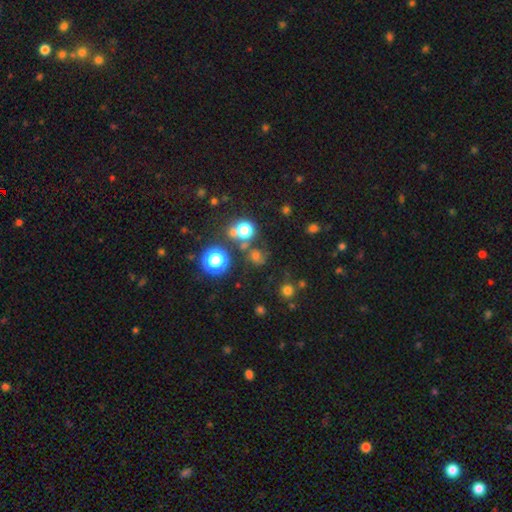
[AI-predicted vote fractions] Smooth or featured? smooth (57%)
How rounded? round (83%)
Merging? none (68%)